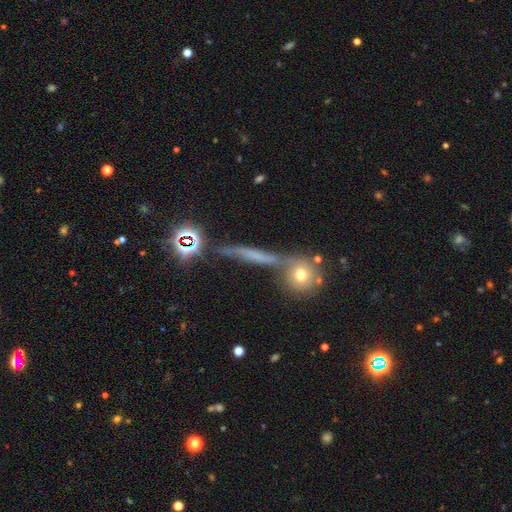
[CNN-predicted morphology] This is marginally a featured or disk galaxy (41%). Merging: likely none (63%).